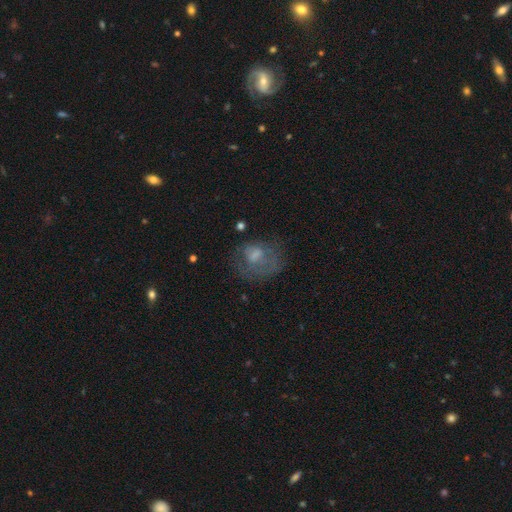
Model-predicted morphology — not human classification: smooth-or-featured: smooth: 48% | featured or disk: 40% | star or artifact: 12%
  merging: none: 42% | major disturbance: 33% | minor disturbance: 22% | merger: 3%